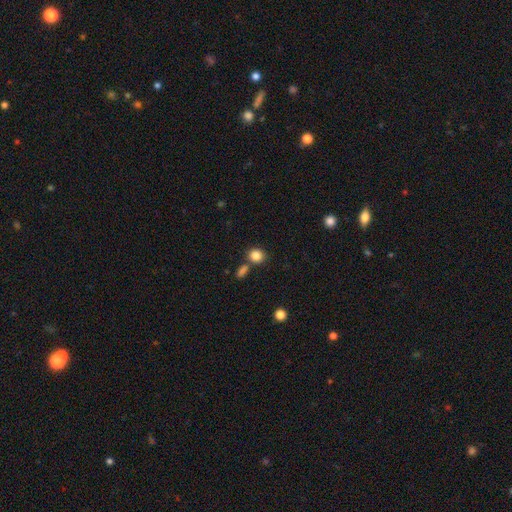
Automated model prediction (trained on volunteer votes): Smooth or featured: smooth — 85% (star or artifact — 10%)
How rounded: round — 75% (in between — 24%)
Merging: none — 70% (merger — 17%)